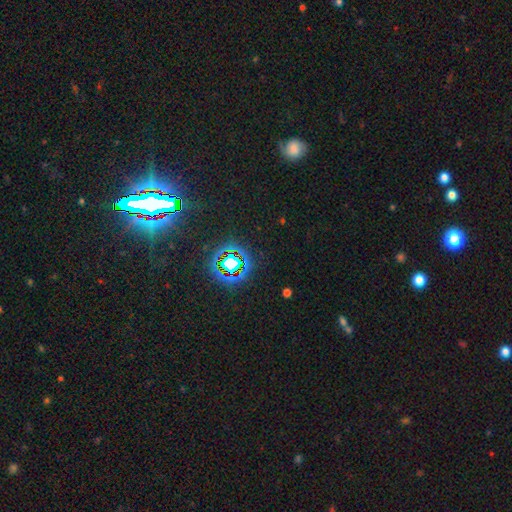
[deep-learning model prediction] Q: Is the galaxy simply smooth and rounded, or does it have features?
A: star or artifact — 81%.